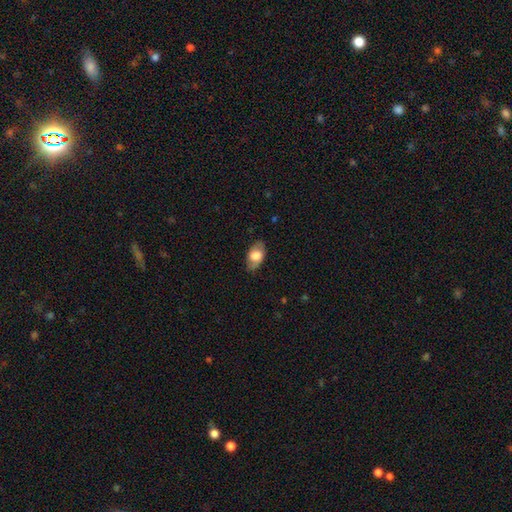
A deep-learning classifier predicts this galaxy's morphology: smooth_or_featured: smooth (p=0.63) [alt: featured or disk p=0.31]
how_rounded: in between (p=0.91) [alt: round p=0.07]
merging: none (p=0.79) [alt: minor disturbance p=0.15]